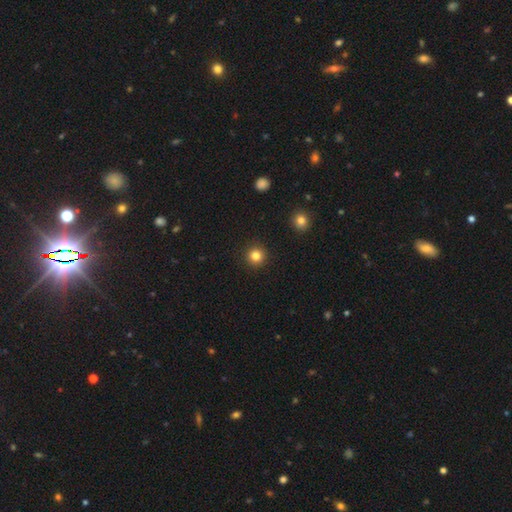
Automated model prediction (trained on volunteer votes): Q: Smooth or featured?
A: smooth (83%); runner-up: star or artifact (12%)
Q: How rounded?
A: round (95%); runner-up: in between (4%)
Q: Merging?
A: none (93%); runner-up: minor disturbance (4%)